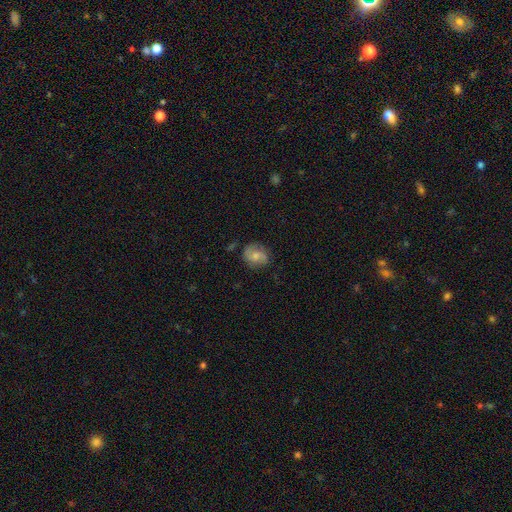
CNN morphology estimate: Smooth or featured: smooth — 47% (featured or disk — 44%)
Merging: none — 72% (minor disturbance — 20%)